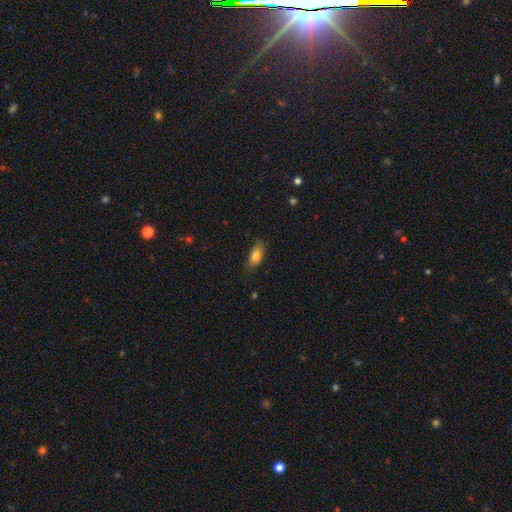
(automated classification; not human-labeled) Smooth or featured?
  - smooth: 81% *
  - featured or disk: 11%
  - star or artifact: 8%
How rounded?
  - in between: 83% *
  - cigar-shaped: 13%
  - round: 4%
Merging?
  - none: 80% *
  - minor disturbance: 15%
  - major disturbance: 3%
  - merger: 1%